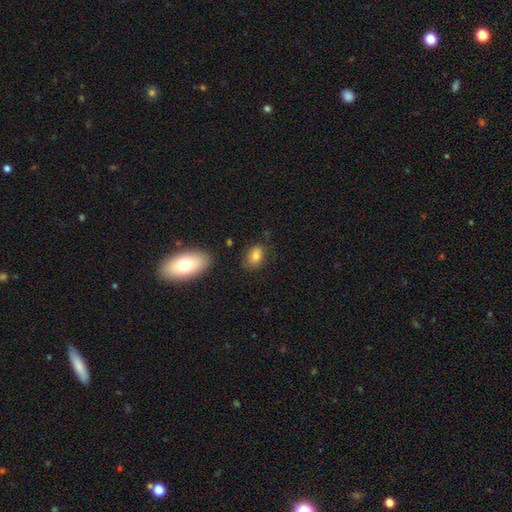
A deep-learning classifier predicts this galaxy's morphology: The model was most divided on "merging": none: 71%, minor disturbance: 20%, major disturbance: 5%, merger: 3%. More confident: smooth or featured — smooth (79%); how rounded — in between (78%).